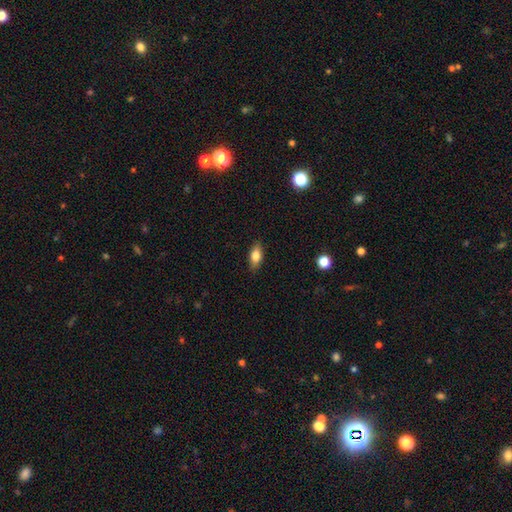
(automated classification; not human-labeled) Smooth or featured?
  - smooth: 76% *
  - featured or disk: 17%
  - star or artifact: 8%
How rounded?
  - in between: 81% *
  - cigar-shaped: 14%
  - round: 5%
Merging?
  - none: 86% *
  - minor disturbance: 10%
  - major disturbance: 2%
  - merger: 1%